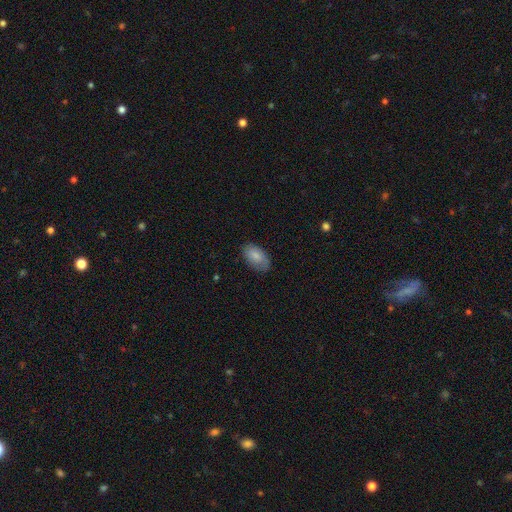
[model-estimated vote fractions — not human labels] Smooth or featured?
  - smooth: 79% *
  - featured or disk: 15%
  - star or artifact: 6%
How rounded?
  - in between: 94% *
  - round: 4%
  - cigar-shaped: 2%
Merging?
  - none: 77% *
  - minor disturbance: 18%
  - major disturbance: 4%
  - merger: 1%